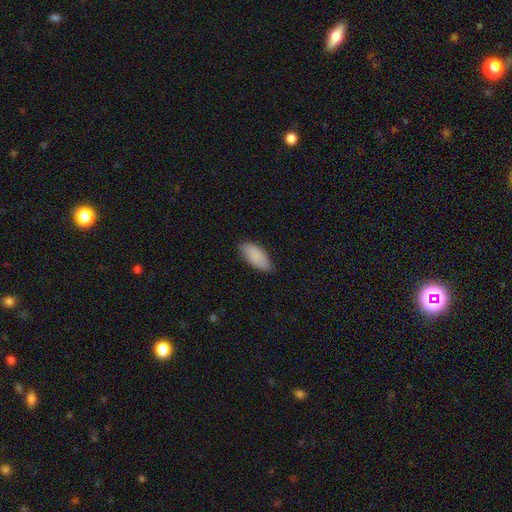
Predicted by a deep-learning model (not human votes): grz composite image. It shows a smooth galaxy with no disk features (87%) that is in between round and cigar-shaped (89%). Merging: none (80%).